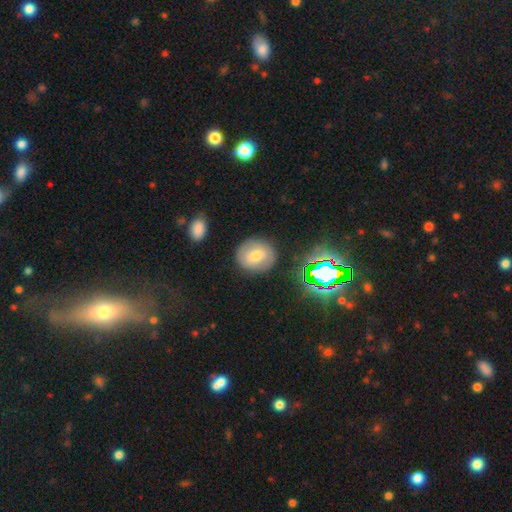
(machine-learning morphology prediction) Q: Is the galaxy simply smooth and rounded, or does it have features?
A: smooth — 59%.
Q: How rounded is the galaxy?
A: round — 73%.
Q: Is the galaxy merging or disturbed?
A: none — 84%.